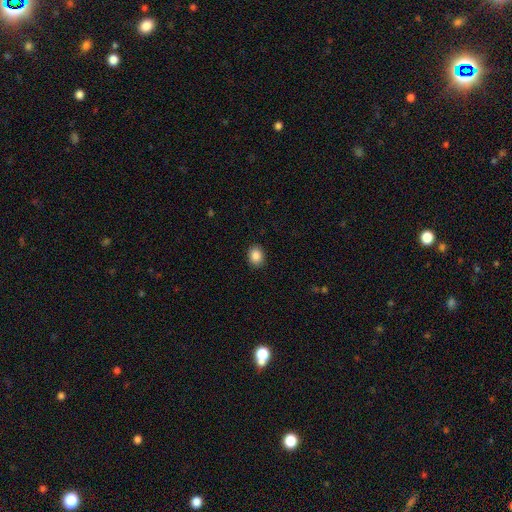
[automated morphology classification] A smooth galaxy with no disk features (89%) that is in between round and cigar-shaped (56%). Merging: none (90%).